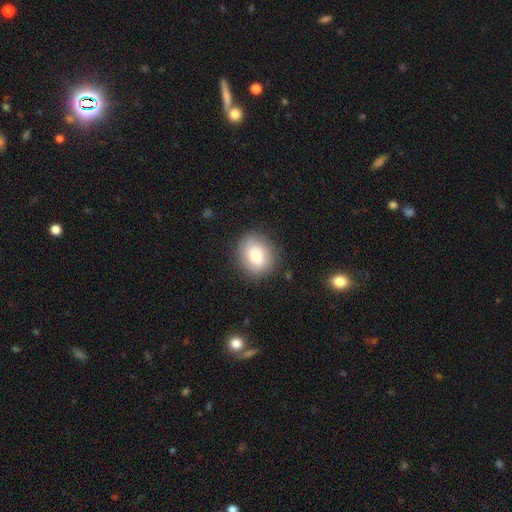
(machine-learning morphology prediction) The model was most divided on "how rounded": round: 58%, in between: 41%, cigar-shaped: 1%. More confident: merging — none (82%); smooth or featured — smooth (72%).